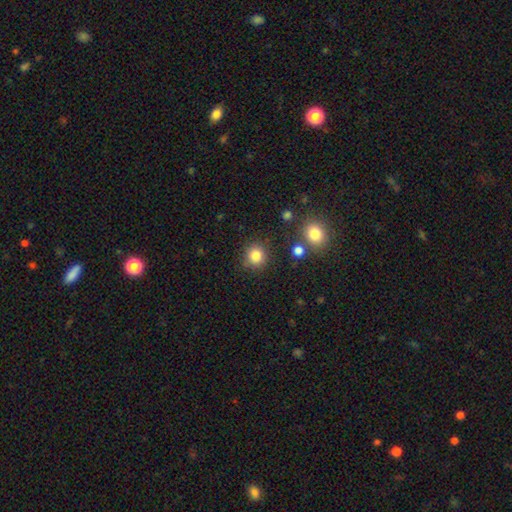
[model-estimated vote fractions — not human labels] The model was most divided on "smooth or featured": smooth: 84%, star or artifact: 11%, featured or disk: 5%. More confident: how rounded — round (90%); merging — none (85%).